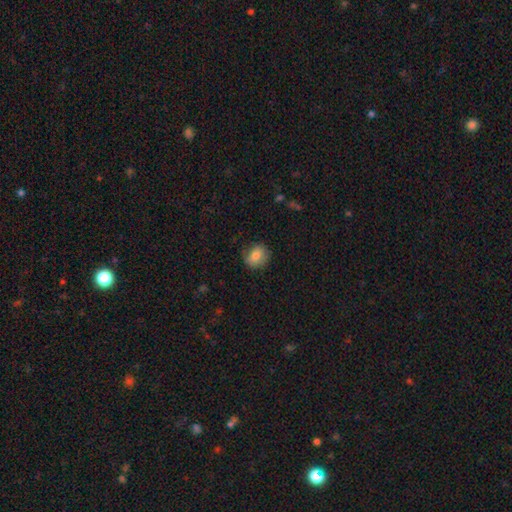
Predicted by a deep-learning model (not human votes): smooth 78%, featured or disk 13%, star or artifact 9%. Down the decision tree: how rounded — round (69%); merging — none (74%).